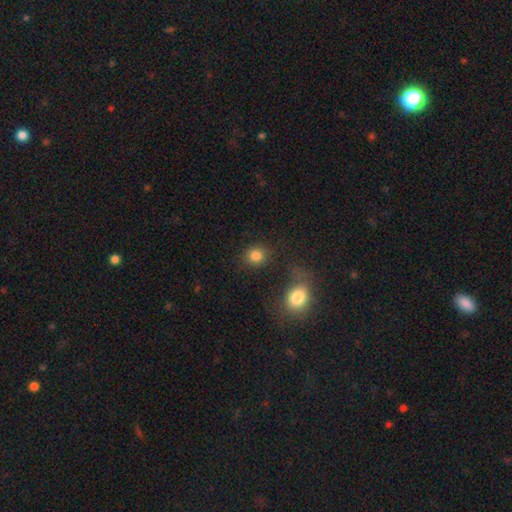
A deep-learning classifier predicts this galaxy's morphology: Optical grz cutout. It shows a smooth galaxy with no disk features (84%) that is round (76%). Merging: none (80%).